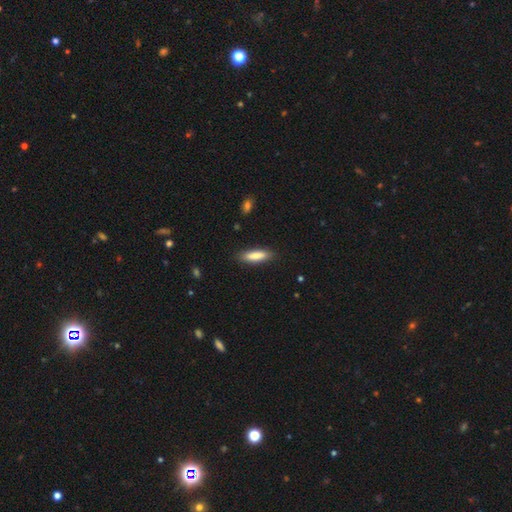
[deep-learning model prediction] A smooth galaxy with no disk features (83%) that is cigar-shaped (58%). Merging: none (86%).